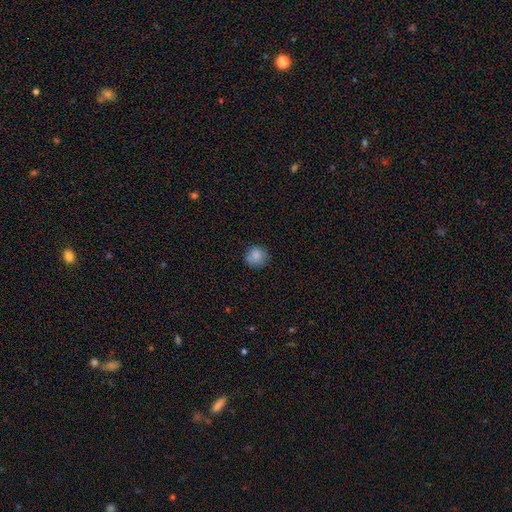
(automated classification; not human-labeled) smooth-or-featured: smooth: 84% | star or artifact: 9% | featured or disk: 7%
  how-rounded: round: 90% | in between: 9% | cigar-shaped: 1%
  merging: none: 78% | minor disturbance: 16% | major disturbance: 3% | merger: 2%